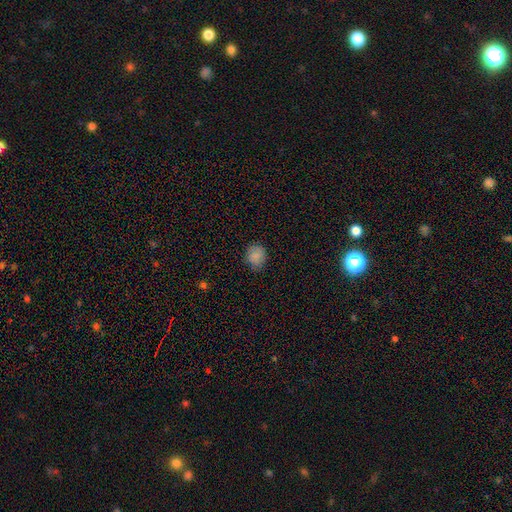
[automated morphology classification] Q: Smooth or featured?
A: smooth (84%); runner-up: star or artifact (9%)
Q: How rounded?
A: round (70%); runner-up: in between (29%)
Q: Merging?
A: none (80%); runner-up: minor disturbance (16%)